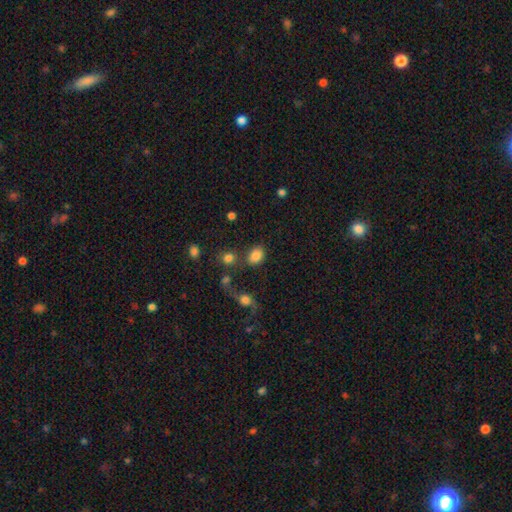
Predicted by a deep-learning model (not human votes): A smooth galaxy with no disk features (83%) that is in between round and cigar-shaped (65%). Merging: none (70%).